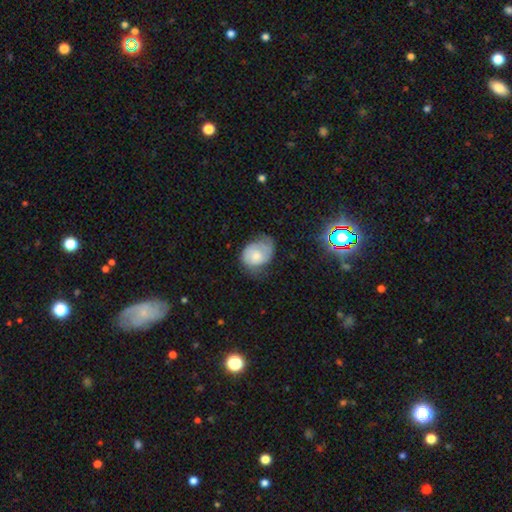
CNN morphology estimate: Overall: smooth (58%; featured or disk 35%). How rounded: in between (65%; round 34%). Merging: minor disturbance (40%; none 35%).